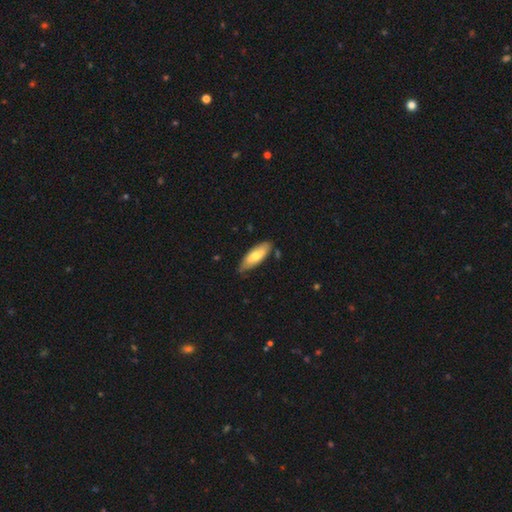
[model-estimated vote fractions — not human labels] The model was most divided on "how rounded": in between: 69%, cigar-shaped: 29%, round: 2%. More confident: merging — none (73%); smooth or featured — smooth (69%).